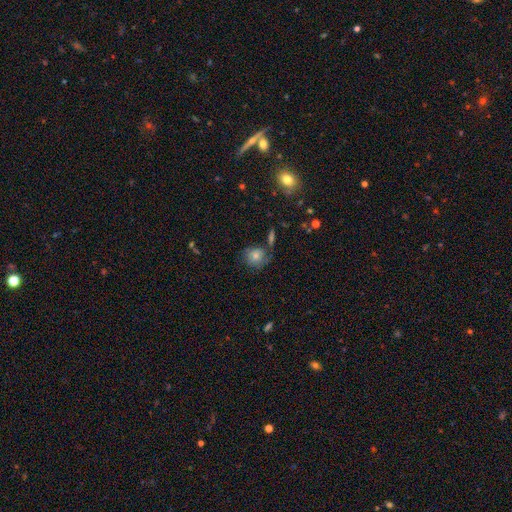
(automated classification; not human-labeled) Smooth or featured? smooth (72%)
How rounded? round (78%)
Merging? none (60%)